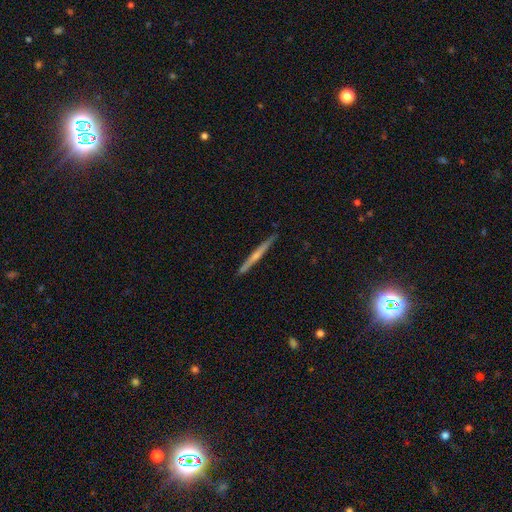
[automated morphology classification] This appears to be a featured or disk galaxy (62%) viewed edge-on (98%) with a rounded central bulge (48%). Merging: none (91%).